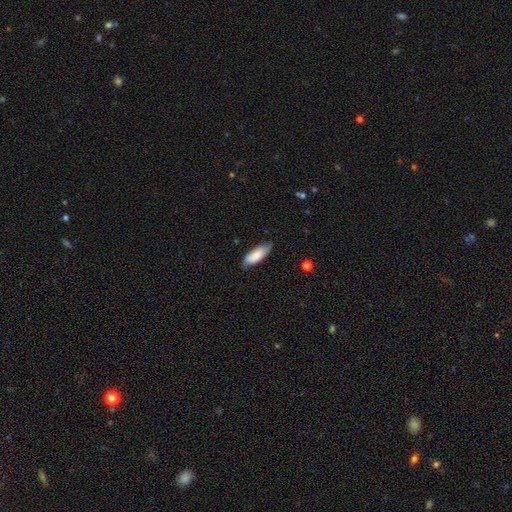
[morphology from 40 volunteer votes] Volunteers were most divided on "smooth or featured": smooth: 80%, featured or disk: 18%, star or artifact: 2%. More confident: merging — none (85%); how rounded — in between (81%).